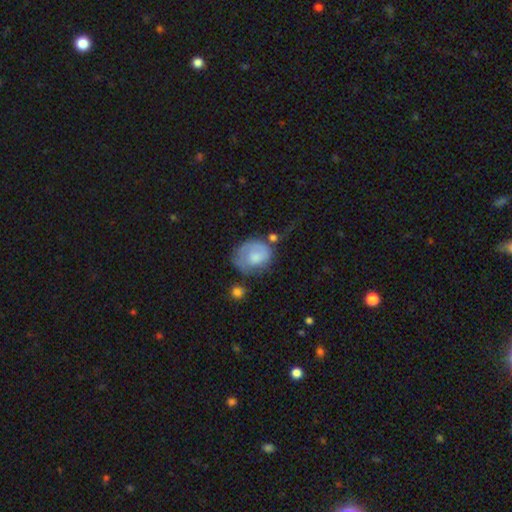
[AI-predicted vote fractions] A smooth galaxy with no disk features (51%) that is round (54%).

Vote fractions:
- Smooth or featured? smooth: 51% / featured or disk: 42% / star or artifact: 7%
- How rounded? round: 54% / in between: 45% / cigar-shaped: 1%
- Merging? none: 43% / minor disturbance: 26% / major disturbance: 24% / merger: 7%